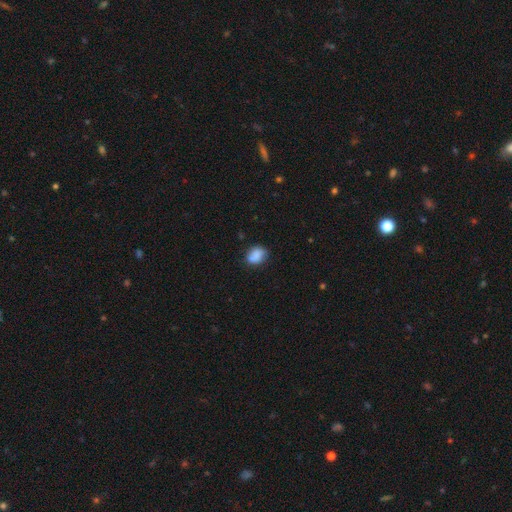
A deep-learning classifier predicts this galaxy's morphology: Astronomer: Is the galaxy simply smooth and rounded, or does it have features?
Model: smooth — 81%.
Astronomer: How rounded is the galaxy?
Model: in between — 58% (runner-up: round, 41%).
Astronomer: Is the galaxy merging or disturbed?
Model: none — 69%.